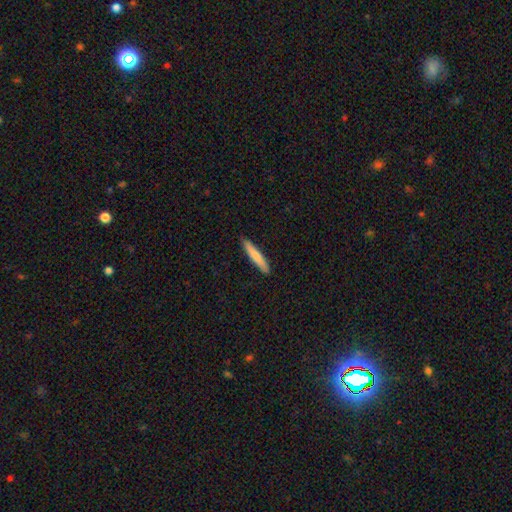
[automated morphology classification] The model was most divided on "smooth or featured": smooth: 73%, featured or disk: 22%, star or artifact: 5%. More confident: how rounded — cigar-shaped (92%); merging — none (89%).